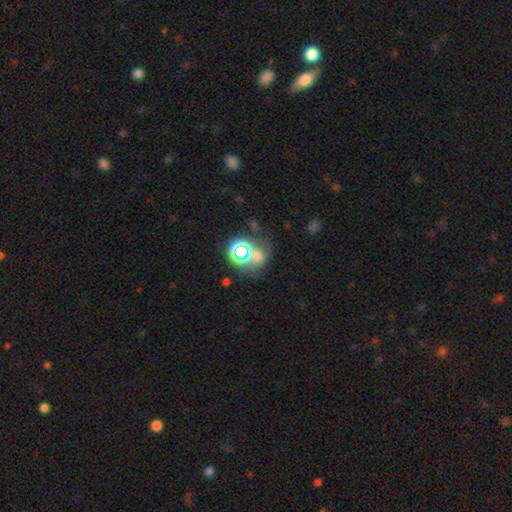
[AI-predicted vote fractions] A star or artifact, not a galaxy (45%).

Vote fractions:
- Smooth or featured? star or artifact: 45% / smooth: 43% / featured or disk: 11%